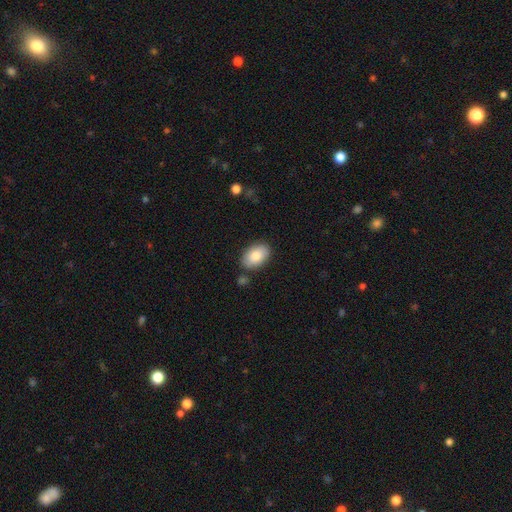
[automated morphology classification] A smooth galaxy with no disk features (84%) that is in between round and cigar-shaped (91%).

Vote fractions:
- Smooth or featured? smooth: 84% / featured or disk: 9% / star or artifact: 6%
- How rounded? in between: 91% / round: 8% / cigar-shaped: 1%
- Merging? none: 82% / minor disturbance: 12% / merger: 4% / major disturbance: 3%